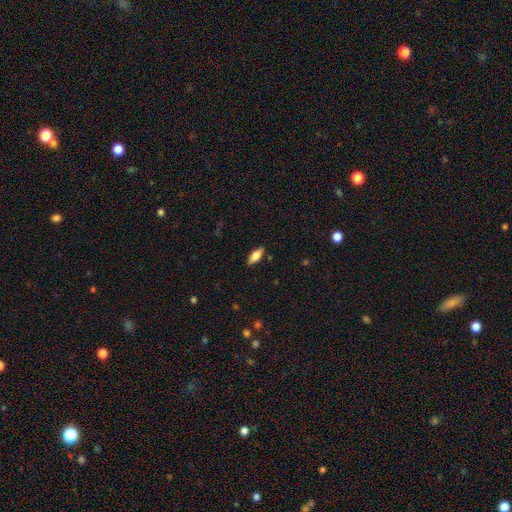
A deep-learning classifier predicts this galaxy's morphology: Q: Smooth or featured?
A: smooth (73%); runner-up: featured or disk (20%)
Q: How rounded?
A: in between (80%); runner-up: cigar-shaped (18%)
Q: Merging?
A: none (87%); runner-up: minor disturbance (10%)